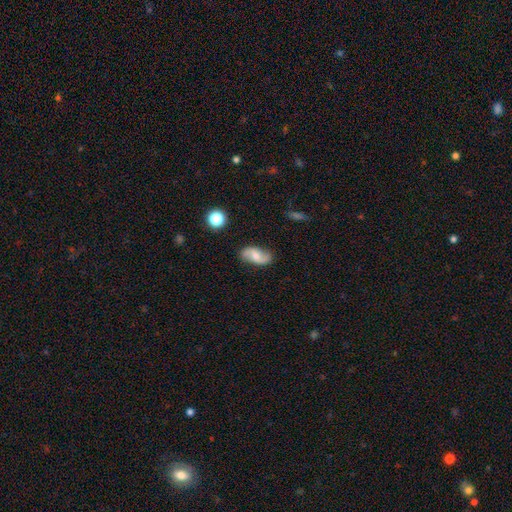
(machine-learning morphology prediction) Smooth or featured?
  - featured or disk: 57% *
  - smooth: 35%
  - star or artifact: 8%
Edge-on disk?
  - no: 96% *
  - yes: 4%
Bar?
  - no: 51% *
  - weak: 40%
  - strong: 10%
Spiral arms?
  - yes: 91% *
  - no: 9%
Bulge size?
  - moderate: 43% *
  - small: 40%
  - none: 11%
  - large: 5%
  - dominant: 2%
Merging?
  - none: 80% *
  - minor disturbance: 15%
  - major disturbance: 3%
  - merger: 2%